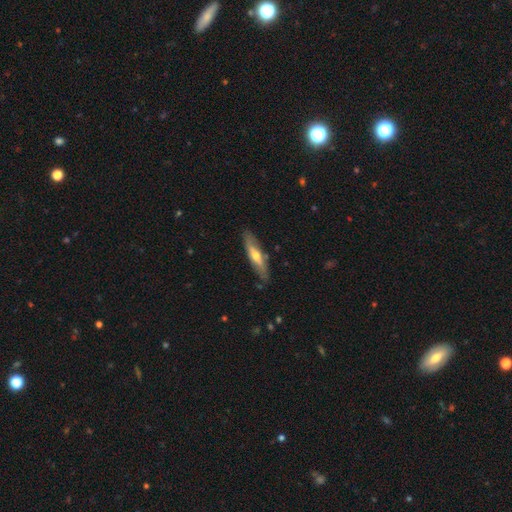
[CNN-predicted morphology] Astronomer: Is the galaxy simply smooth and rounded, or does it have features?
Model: featured or disk — 51% (runner-up: smooth, 44%).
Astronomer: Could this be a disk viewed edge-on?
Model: yes — 70%.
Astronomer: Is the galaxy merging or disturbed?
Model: none — 81%.